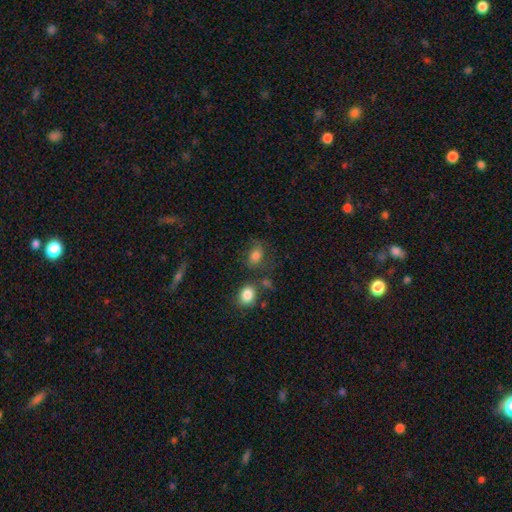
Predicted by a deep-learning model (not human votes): Morphology: type=smooth (78%); roundness=in between (68%); merging=none (55%).